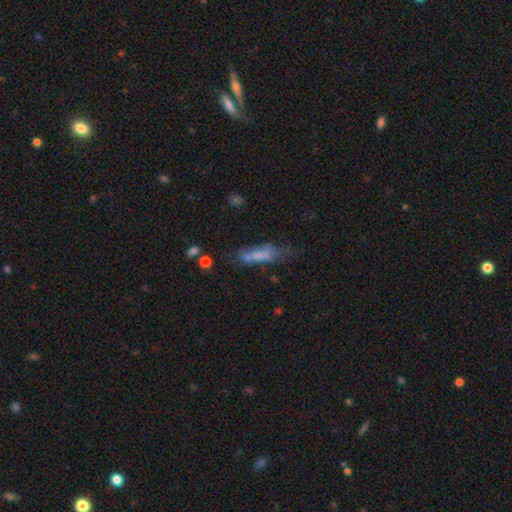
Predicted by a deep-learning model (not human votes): Morphology: type=smooth (54%); roundness=cigar-shaped (66%); merging=none (45%).